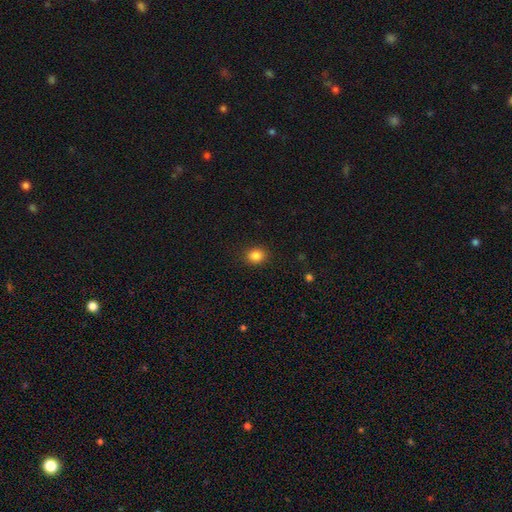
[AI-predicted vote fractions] Morphology: type=smooth (86%); roundness=round (60%); merging=none (89%).